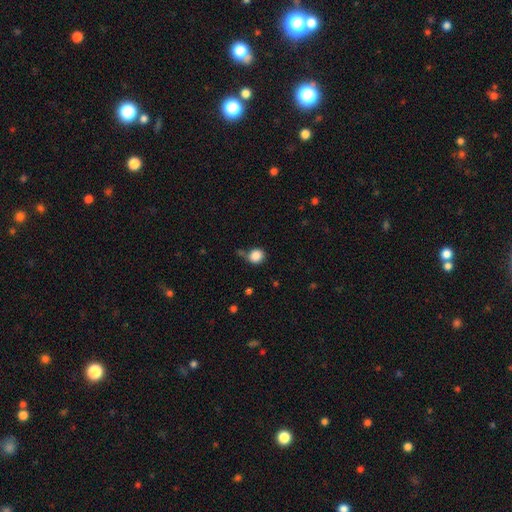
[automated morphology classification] smooth_or_featured: smooth (p=0.87) [alt: star or artifact p=0.10]
how_rounded: round (p=0.83) [alt: in between p=0.16]
merging: none (p=0.68) [alt: minor disturbance p=0.16]